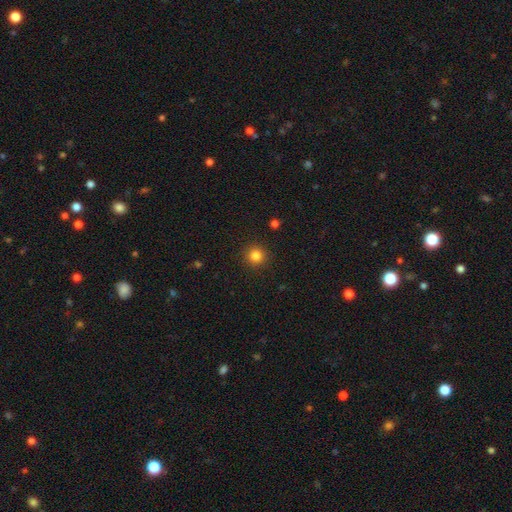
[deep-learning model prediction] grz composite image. It shows a smooth galaxy with no disk features (83%) that is round (94%). Merging: none (91%).